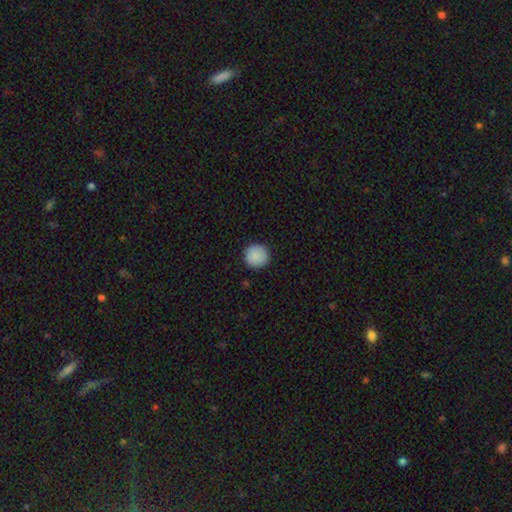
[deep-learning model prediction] smooth-or-featured: smooth: 89% | star or artifact: 7% | featured or disk: 4%
  how-rounded: round: 95% | in between: 4% | cigar-shaped: 1%
  merging: none: 92% | minor disturbance: 6% | major disturbance: 2% | merger: 1%